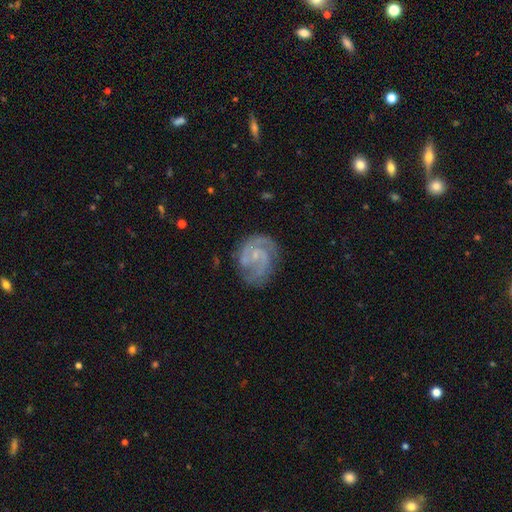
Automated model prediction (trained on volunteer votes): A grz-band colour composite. It shows a featured or disk galaxy (86%) with no bar (51%), 2 (74%) medium (48%) spiral arms (97%) and a small central bulge (66%). Merging: none (72%).